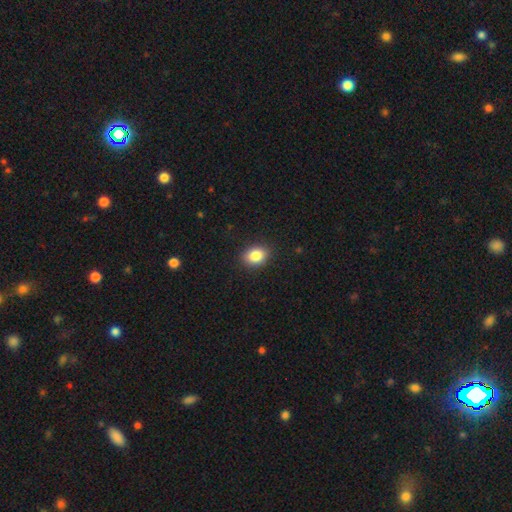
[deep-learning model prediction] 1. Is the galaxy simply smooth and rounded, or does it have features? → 85% smooth, 9% star or artifact, 6% featured or disk.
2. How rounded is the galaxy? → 57% in between, 42% round, 1% cigar-shaped.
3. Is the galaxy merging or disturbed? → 89% none, 8% minor disturbance, 2% major disturbance, 1% merger.